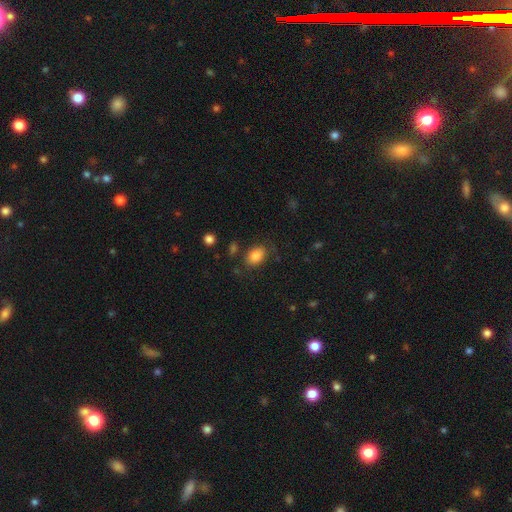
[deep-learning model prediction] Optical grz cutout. It shows a smooth galaxy with no disk features (83%) that is in between round and cigar-shaped (79%). Merging: none (77%).